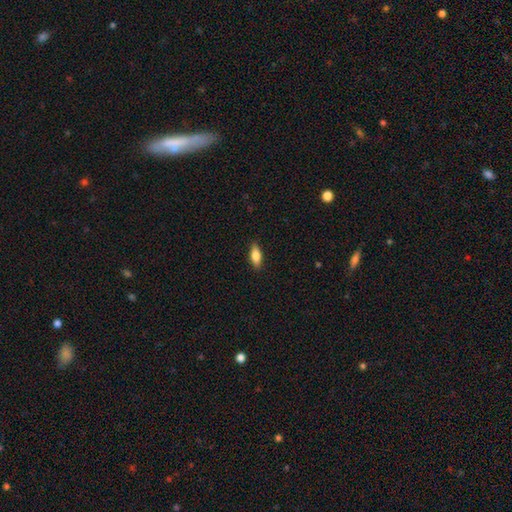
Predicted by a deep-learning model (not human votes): Overall: smooth (75%). How rounded: in between (72%). Merging: none (88%).